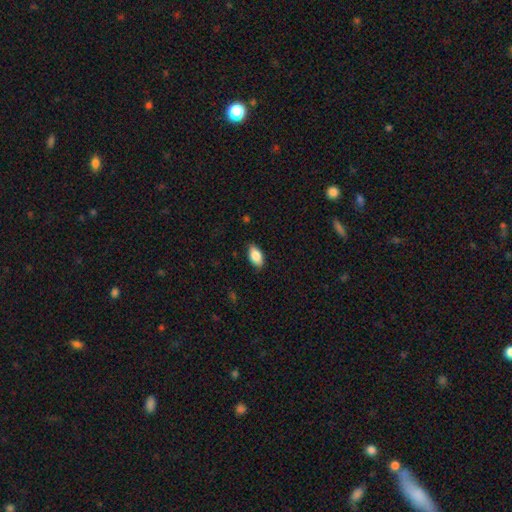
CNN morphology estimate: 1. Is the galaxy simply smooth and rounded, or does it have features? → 84% smooth, 9% featured or disk, 7% star or artifact.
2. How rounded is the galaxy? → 92% in between, 4% cigar-shaped, 4% round.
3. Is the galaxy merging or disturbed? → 84% none, 13% minor disturbance, 2% major disturbance, 1% merger.